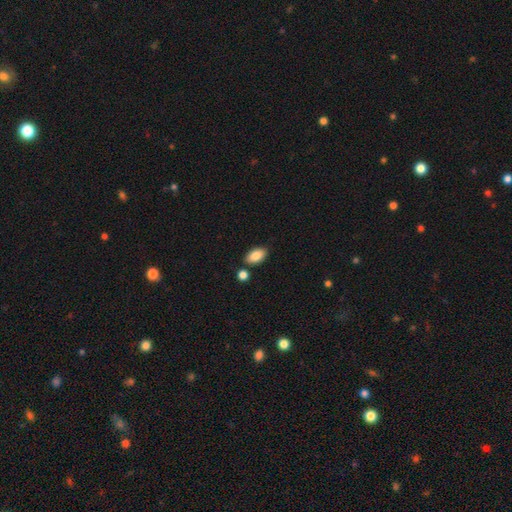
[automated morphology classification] The model was most divided on "merging": none: 80%, minor disturbance: 10%, merger: 8%, major disturbance: 2%. More confident: how rounded — in between (93%); smooth or featured — smooth (85%).